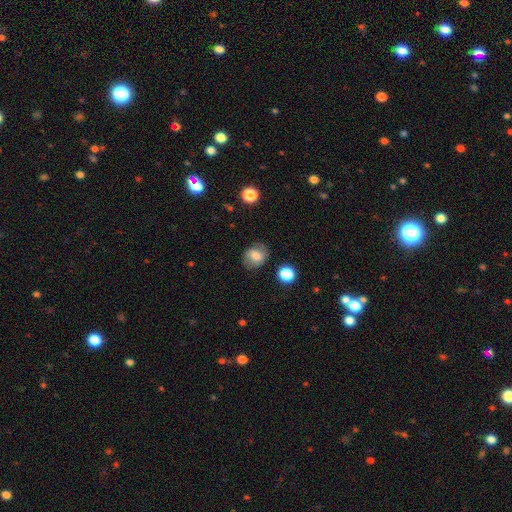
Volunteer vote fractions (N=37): Q: Smooth or featured?
A: smooth (59%); runner-up: featured or disk (35%)
Q: How rounded?
A: round (68%); runner-up: in between (32%)
Q: Merging?
A: none (71%); runner-up: major disturbance (17%)